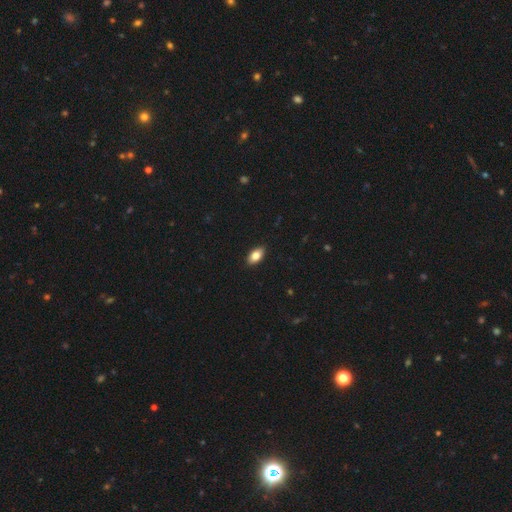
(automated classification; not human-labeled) This appears to be a smooth galaxy with no disk features (82%) that is in between round and cigar-shaped (91%). Merging: none (89%).